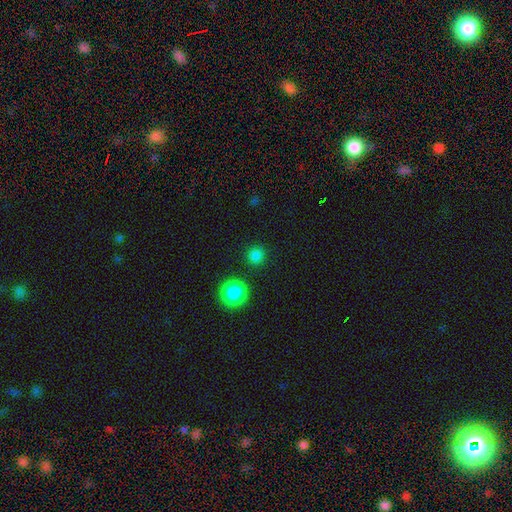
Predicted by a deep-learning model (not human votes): A smooth galaxy with no disk features (83%) that is round (93%).

Vote fractions:
- Smooth or featured? smooth: 83% / star or artifact: 13% / featured or disk: 3%
- How rounded? round: 93% / in between: 6% / cigar-shaped: 1%
- Merging? none: 88% / minor disturbance: 6% / merger: 3% / major disturbance: 3%